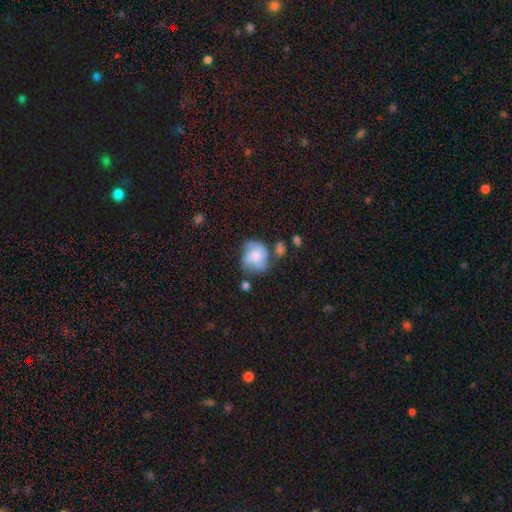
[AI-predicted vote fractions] smooth_or_featured: featured or disk (p=0.46) [alt: smooth p=0.45]
merging: none (p=0.51) [alt: minor disturbance p=0.25]